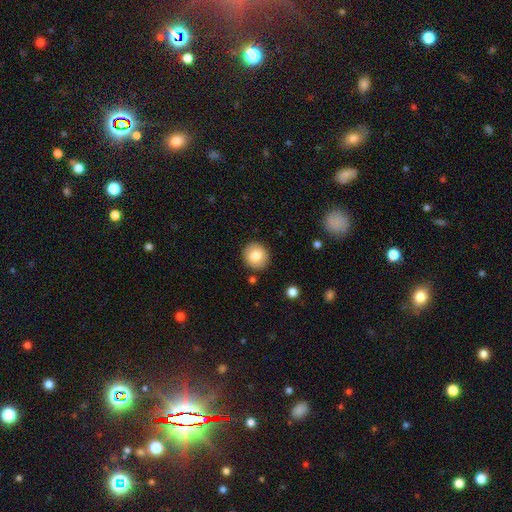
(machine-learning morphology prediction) Smooth or featured? Predicted: smooth (p=0.80). How rounded? Predicted: round (p=0.86). Merging? Predicted: none (p=0.89).